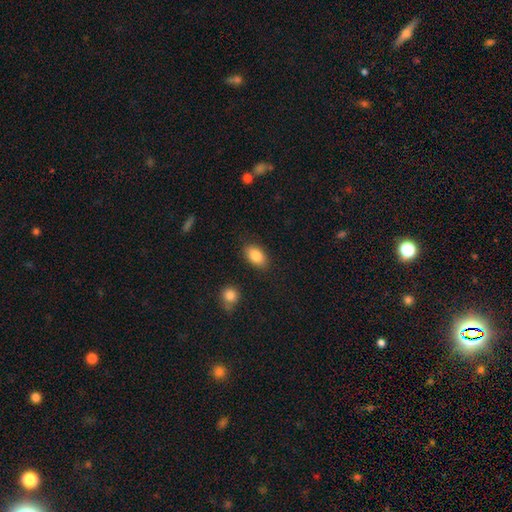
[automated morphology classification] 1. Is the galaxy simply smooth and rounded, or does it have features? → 87% smooth, 7% star or artifact, 6% featured or disk.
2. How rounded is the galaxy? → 90% in between, 8% round, 2% cigar-shaped.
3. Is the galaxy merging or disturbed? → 83% none, 12% minor disturbance, 3% major disturbance, 2% merger.